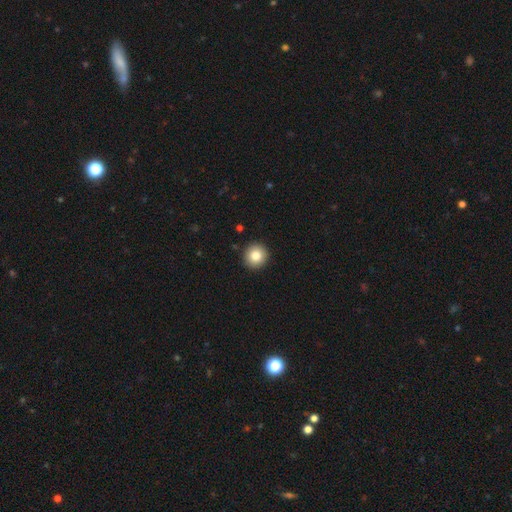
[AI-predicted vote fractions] smooth-or-featured: smooth: 83% | star or artifact: 9% | featured or disk: 8%
  how-rounded: round: 94% | in between: 5% | cigar-shaped: 1%
  merging: none: 93% | minor disturbance: 5% | major disturbance: 1% | merger: 1%